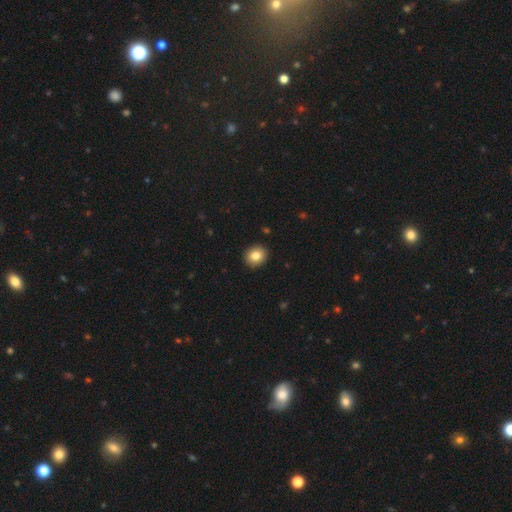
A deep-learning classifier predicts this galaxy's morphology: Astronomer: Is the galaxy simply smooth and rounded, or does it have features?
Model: smooth — 83%.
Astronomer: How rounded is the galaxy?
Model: round — 73%.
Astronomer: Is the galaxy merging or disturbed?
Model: none — 91%.